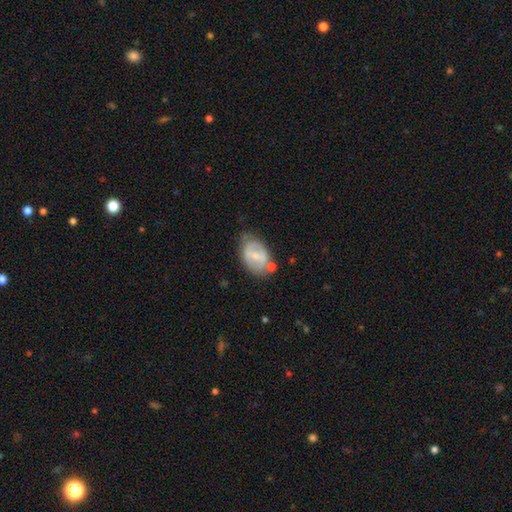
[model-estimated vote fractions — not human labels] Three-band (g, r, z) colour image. It shows a featured or disk galaxy (54%) with a weak bar (45%), no spiral arms (61%) and a small central bulge (50%). Merging: none (55%).